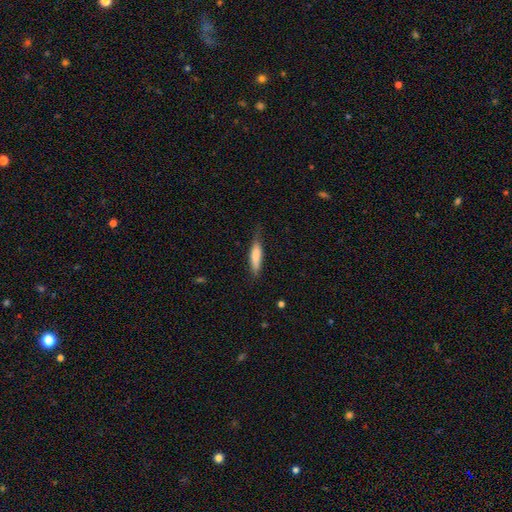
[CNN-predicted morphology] The model was most divided on "merging": none: 65%, minor disturbance: 27%, major disturbance: 7%, merger: 2%. More confident: how rounded — cigar-shaped (77%); smooth or featured — smooth (75%).